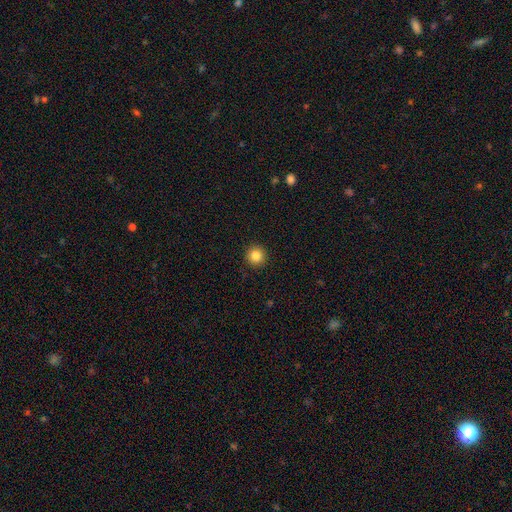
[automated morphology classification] Overall: smooth (84%). How rounded: round (95%). Merging: none (93%).